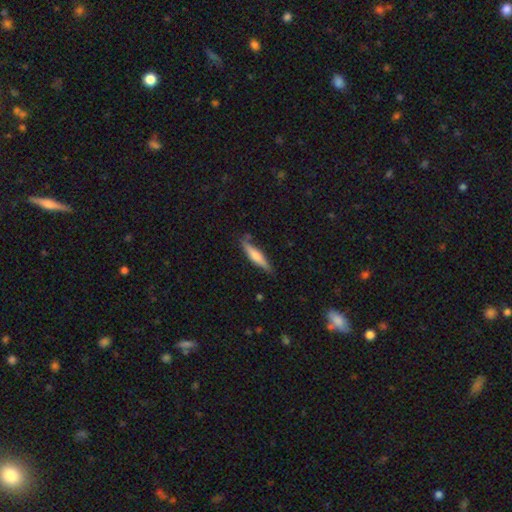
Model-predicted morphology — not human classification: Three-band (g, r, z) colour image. It shows a smooth galaxy with no disk features (55%) that is cigar-shaped (87%). Merging: none (79%).